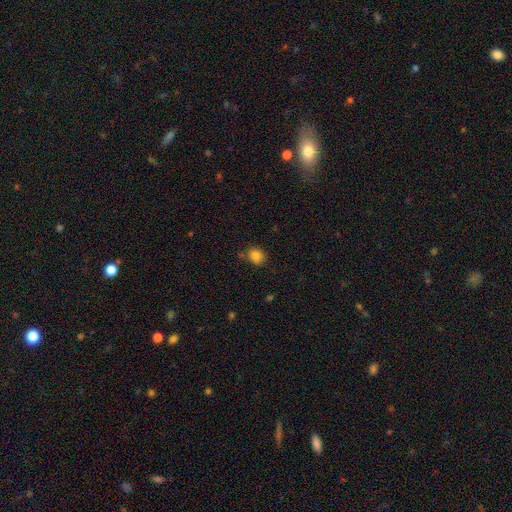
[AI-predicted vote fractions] Morphology: type=smooth (83%); roundness=round (64%); merging=none (74%).